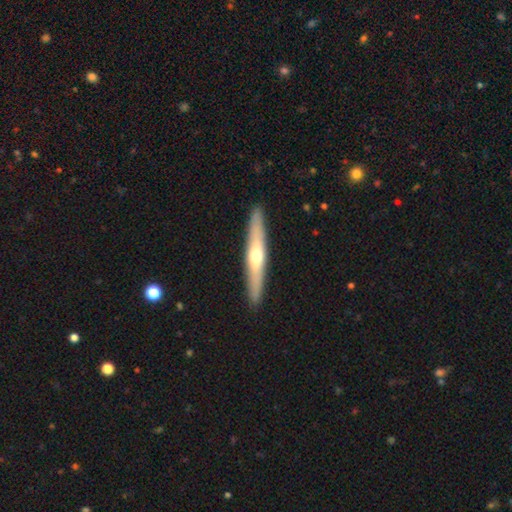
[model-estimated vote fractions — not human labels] Smooth or featured? Predicted: featured or disk (p=0.59). Edge-on disk? Predicted: yes (p=0.93). Edge-on bulge? Predicted: rounded (p=0.87). Merging? Predicted: none (p=0.92).